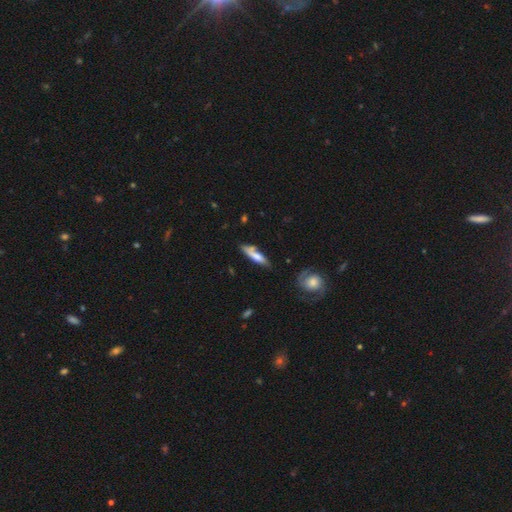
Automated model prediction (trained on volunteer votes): Smooth or featured?
  - smooth: 61% *
  - featured or disk: 33%
  - star or artifact: 6%
How rounded?
  - cigar-shaped: 76% *
  - in between: 22%
  - round: 2%
Merging?
  - none: 58% *
  - minor disturbance: 23%
  - merger: 12%
  - major disturbance: 7%